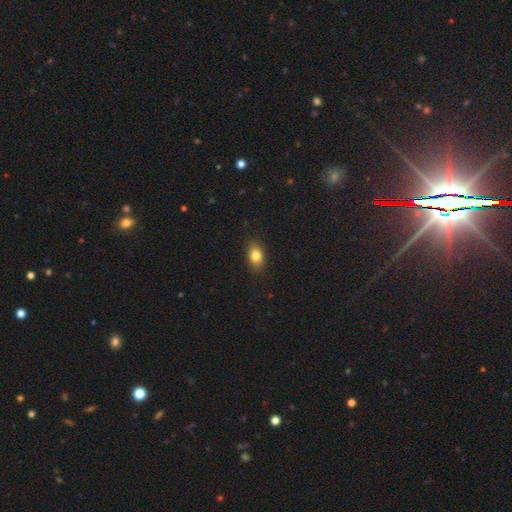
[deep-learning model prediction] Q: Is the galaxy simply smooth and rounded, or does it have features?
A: smooth — 82%.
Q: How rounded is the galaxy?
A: in between — 79%.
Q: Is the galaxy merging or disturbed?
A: none — 87%.